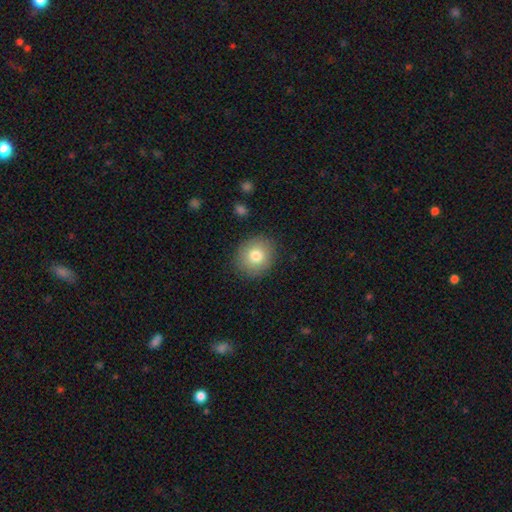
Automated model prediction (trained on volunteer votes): Overall: smooth (78%). How rounded: round (82%). Merging: none (88%).